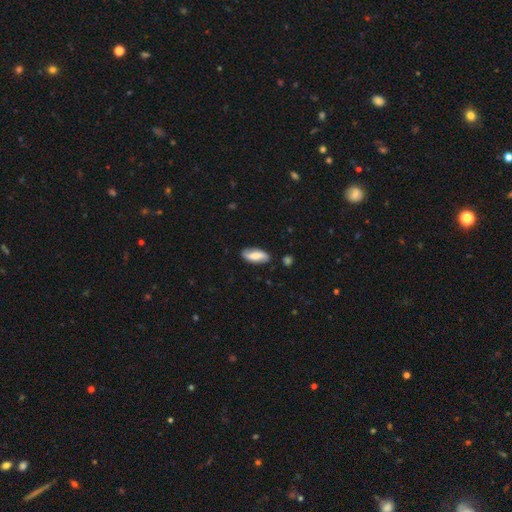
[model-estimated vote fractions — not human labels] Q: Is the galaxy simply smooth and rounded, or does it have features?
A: smooth — 54%.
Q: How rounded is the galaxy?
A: in between — 82%.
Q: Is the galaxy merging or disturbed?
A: none — 81%.